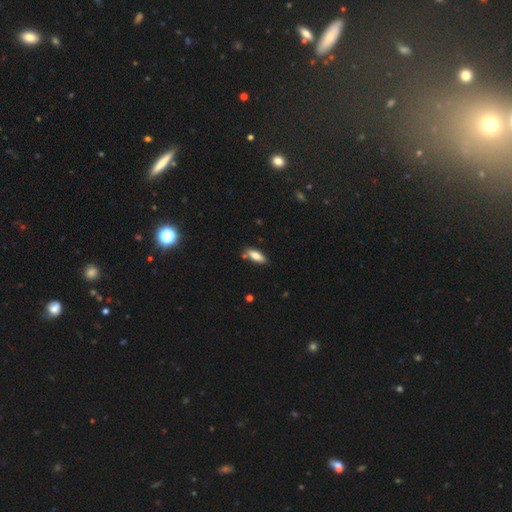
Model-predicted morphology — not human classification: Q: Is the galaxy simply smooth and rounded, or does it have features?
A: smooth — 77%.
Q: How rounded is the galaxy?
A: in between — 66%.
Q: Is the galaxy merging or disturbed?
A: none — 76%.